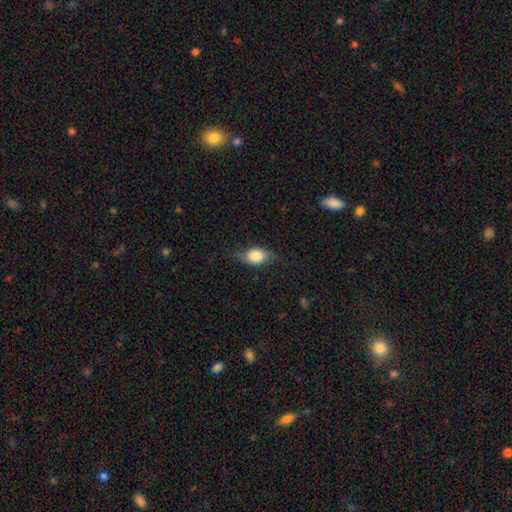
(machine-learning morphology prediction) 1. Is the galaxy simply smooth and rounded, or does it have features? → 55% smooth, 36% featured or disk, 8% star or artifact.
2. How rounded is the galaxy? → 66% in between, 27% round, 7% cigar-shaped.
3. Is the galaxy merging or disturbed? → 66% none, 24% minor disturbance, 9% major disturbance, 1% merger.